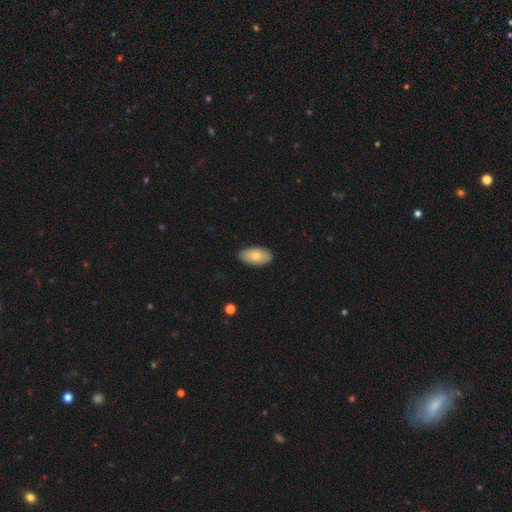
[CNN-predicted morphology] Smooth or featured?
  - smooth: 78% *
  - featured or disk: 16%
  - star or artifact: 6%
How rounded?
  - in between: 95% *
  - round: 3%
  - cigar-shaped: 2%
Merging?
  - none: 87% *
  - minor disturbance: 10%
  - major disturbance: 2%
  - merger: 1%